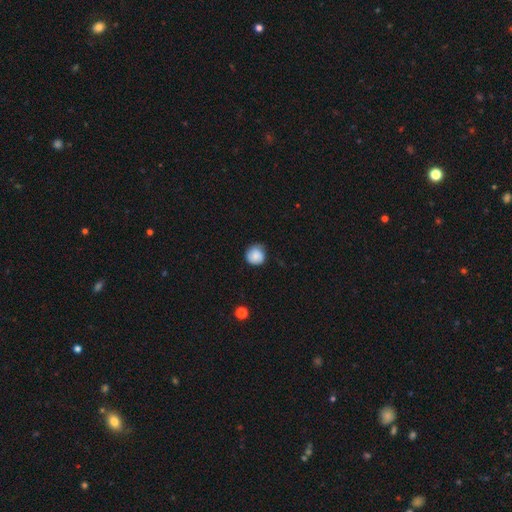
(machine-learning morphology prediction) smooth-or-featured: smooth: 80% | featured or disk: 12% | star or artifact: 8%
  how-rounded: round: 89% | in between: 10% | cigar-shaped: 1%
  merging: none: 71% | minor disturbance: 23% | major disturbance: 4% | merger: 1%